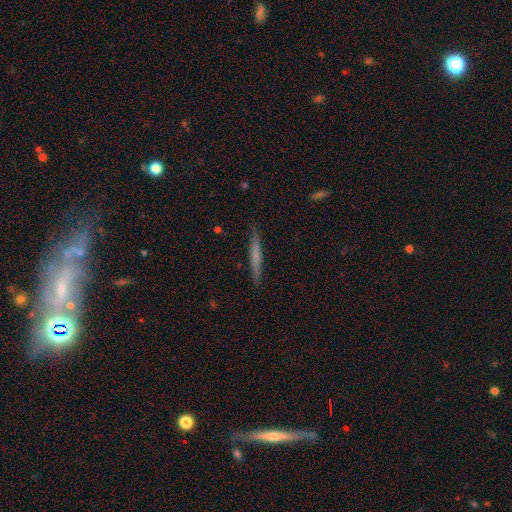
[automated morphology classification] A smooth galaxy with no disk features (58%) that is cigar-shaped (96%). Merging: none (90%).